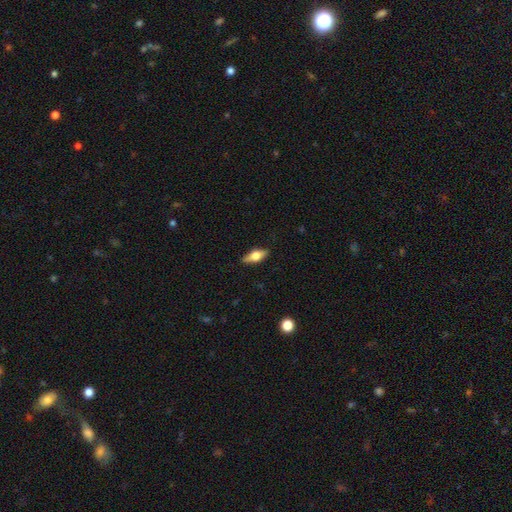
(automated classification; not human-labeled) smooth-or-featured: smooth: 48% | featured or disk: 46% | star or artifact: 7%
  merging: none: 87% | minor disturbance: 10% | major disturbance: 2% | merger: 1%